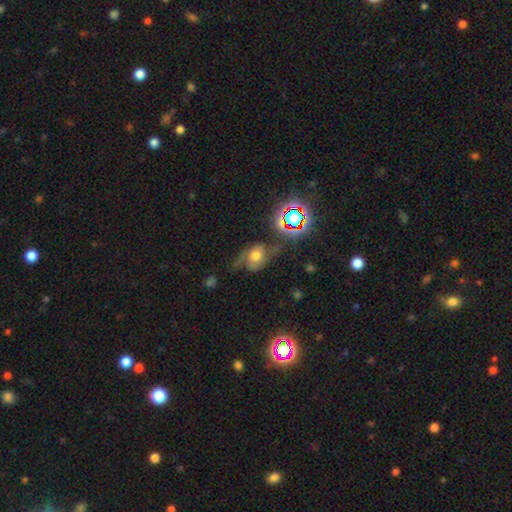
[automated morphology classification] Overall: featured or disk (49%; smooth 32%). Merging: none (44%; minor disturbance 27%).